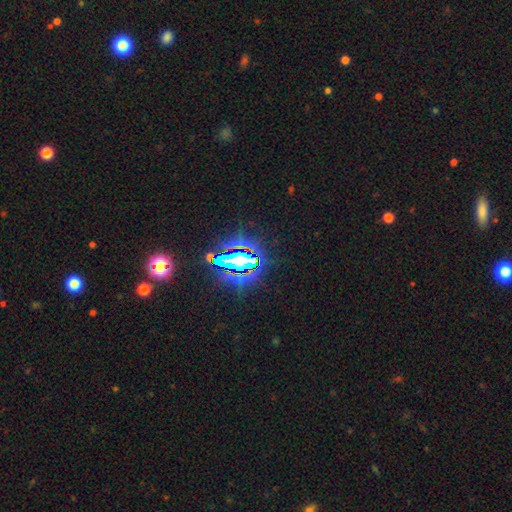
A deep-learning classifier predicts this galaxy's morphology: A star or artifact, not a galaxy (84%).